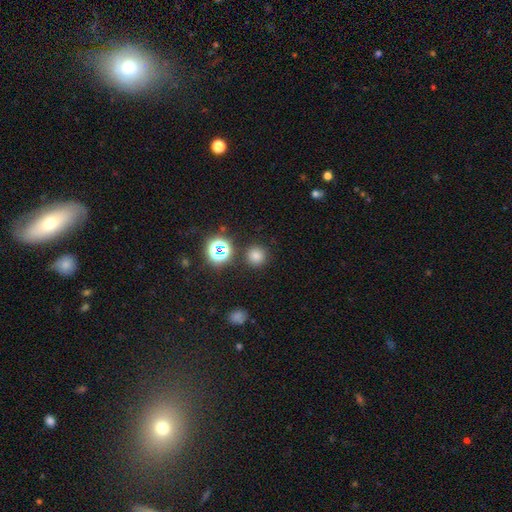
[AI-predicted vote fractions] A smooth galaxy with no disk features (74%) that is round (94%).

Vote fractions:
- Smooth or featured? smooth: 74% / star or artifact: 20% / featured or disk: 6%
- How rounded? round: 94% / in between: 5% / cigar-shaped: 1%
- Merging? none: 87% / minor disturbance: 6% / merger: 4% / major disturbance: 3%